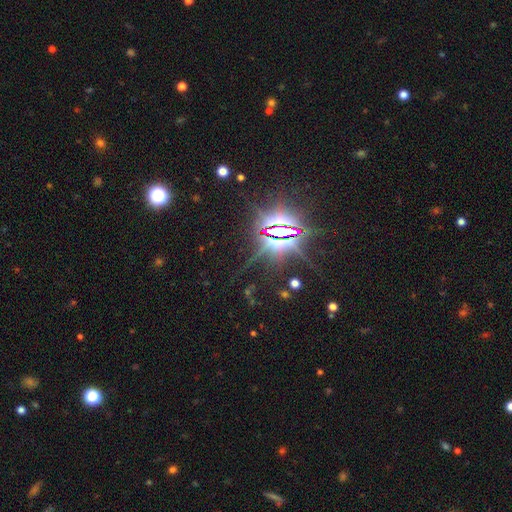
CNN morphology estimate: smooth_or_featured: star or artifact (p=0.86) [alt: featured or disk p=0.08]